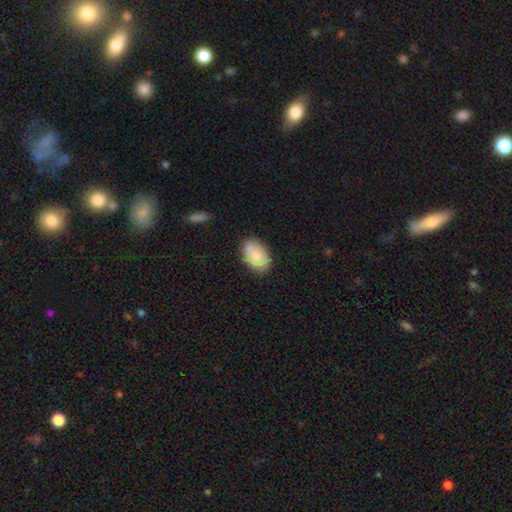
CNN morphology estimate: This appears to be a smooth galaxy with no disk features (75%) that is in between round and cigar-shaped (87%). Merging: none (71%).